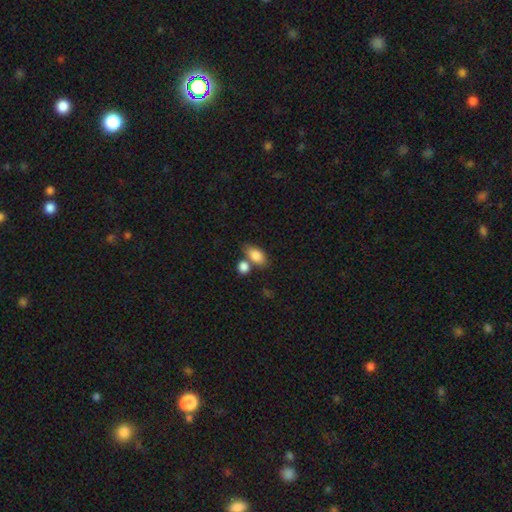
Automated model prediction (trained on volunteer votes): A smooth galaxy with no disk features (84%) that is in between round and cigar-shaped (85%). Merging: none (53%).